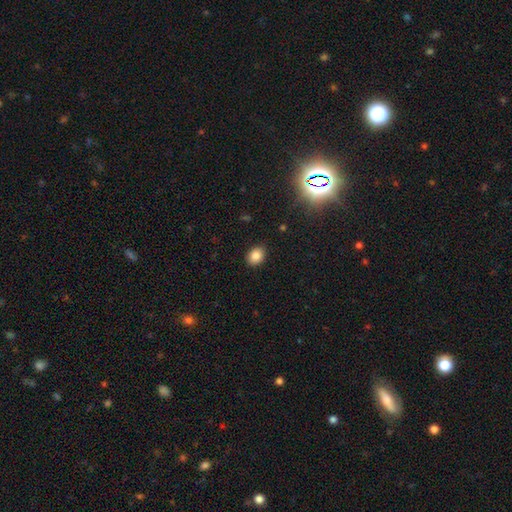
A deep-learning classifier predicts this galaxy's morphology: Q: Smooth or featured?
A: smooth (86%); runner-up: star or artifact (10%)
Q: How rounded?
A: in between (56%); runner-up: round (43%)
Q: Merging?
A: none (88%); runner-up: minor disturbance (8%)